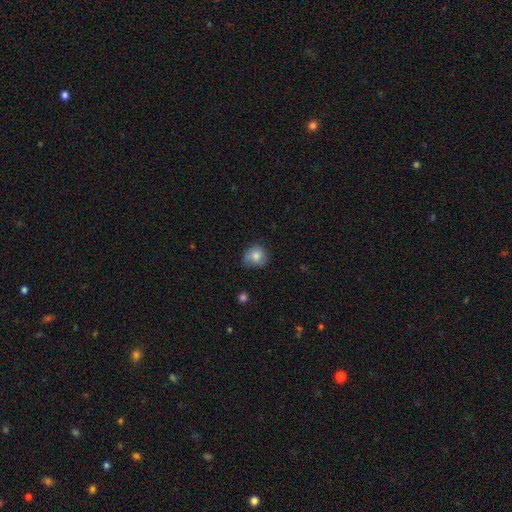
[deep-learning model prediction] Smooth or featured? smooth (80%)
How rounded? round (81%)
Merging? none (66%)